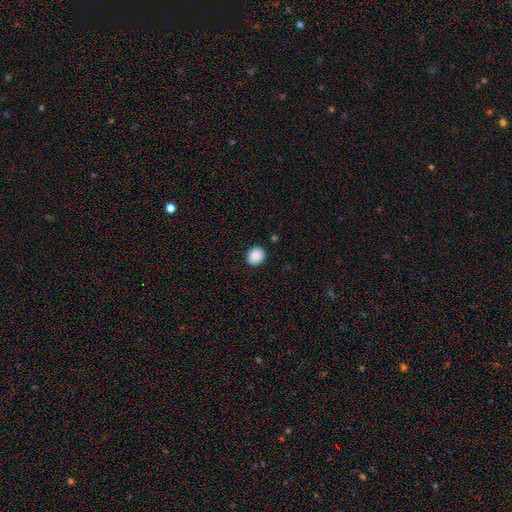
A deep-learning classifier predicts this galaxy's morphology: Smooth or featured?
  - smooth: 88% *
  - star or artifact: 8%
  - featured or disk: 3%
How rounded?
  - round: 76% *
  - in between: 23%
  - cigar-shaped: 1%
Merging?
  - none: 90% *
  - minor disturbance: 7%
  - major disturbance: 2%
  - merger: 1%